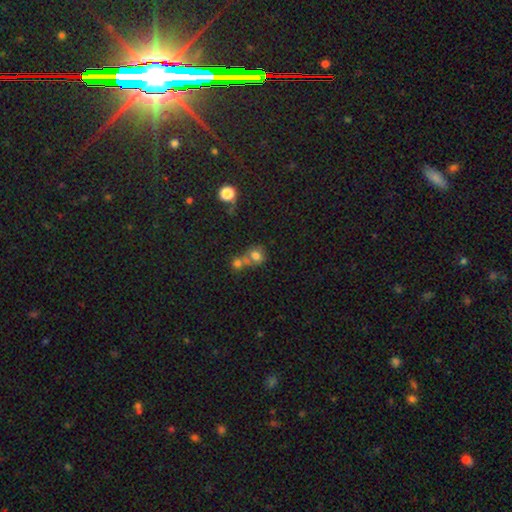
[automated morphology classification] Smooth or featured?
  - smooth: 72% *
  - star or artifact: 15%
  - featured or disk: 13%
How rounded?
  - round: 76% *
  - in between: 23%
  - cigar-shaped: 1%
Merging?
  - merger: 50% *
  - none: 36%
  - minor disturbance: 9%
  - major disturbance: 5%